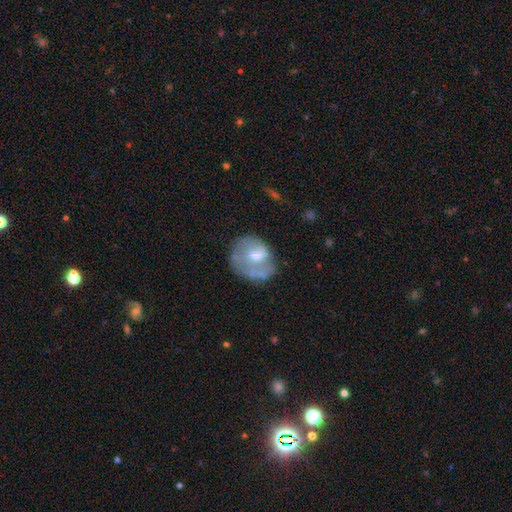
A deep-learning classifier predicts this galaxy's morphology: Smooth or featured?
  - featured or disk: 50% *
  - smooth: 42%
  - star or artifact: 8%
Merging?
  - none: 47% *
  - minor disturbance: 27%
  - major disturbance: 20%
  - merger: 6%